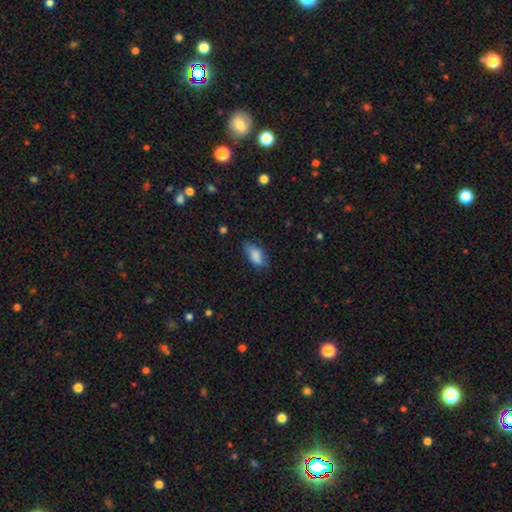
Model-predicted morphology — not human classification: Q: Smooth or featured?
A: smooth (82%); runner-up: featured or disk (10%)
Q: How rounded?
A: in between (86%); runner-up: cigar-shaped (10%)
Q: Merging?
A: none (61%); runner-up: minor disturbance (30%)